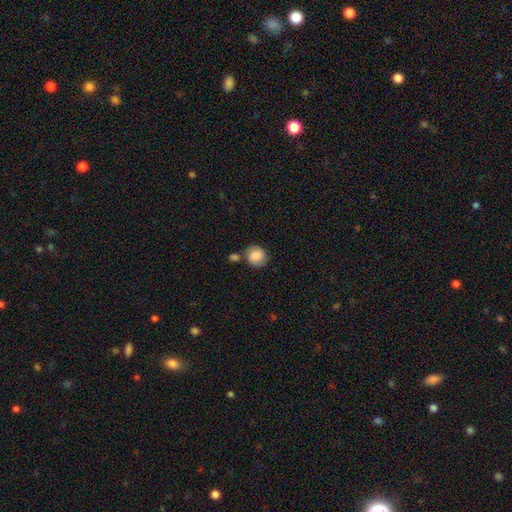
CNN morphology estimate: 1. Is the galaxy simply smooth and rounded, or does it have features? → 75% smooth, 17% featured or disk, 8% star or artifact.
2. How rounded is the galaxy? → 78% round, 21% in between, 1% cigar-shaped.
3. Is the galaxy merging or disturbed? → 59% none, 19% merger, 17% minor disturbance, 6% major disturbance.